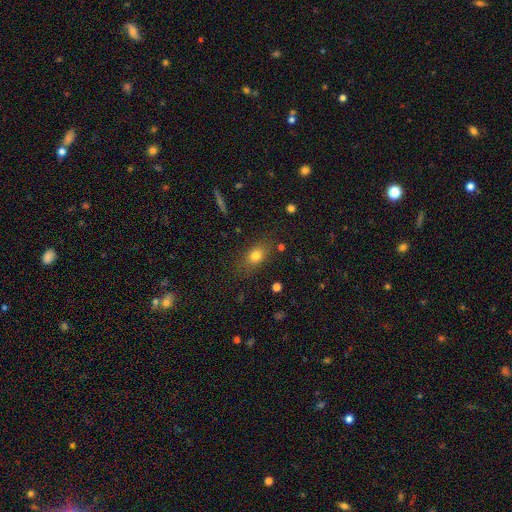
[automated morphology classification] A smooth galaxy with no disk features (77%) that is in between round and cigar-shaped (69%). Merging: none (78%).